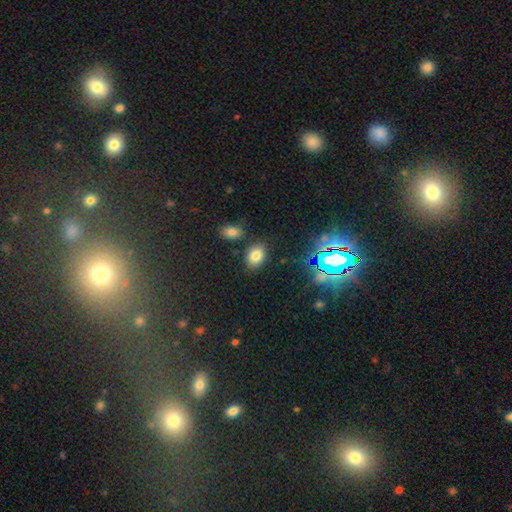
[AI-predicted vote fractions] smooth-or-featured: smooth: 75% | star or artifact: 17% | featured or disk: 8%
  how-rounded: in between: 75% | round: 24% | cigar-shaped: 1%
  merging: none: 81% | minor disturbance: 11% | merger: 5% | major disturbance: 3%